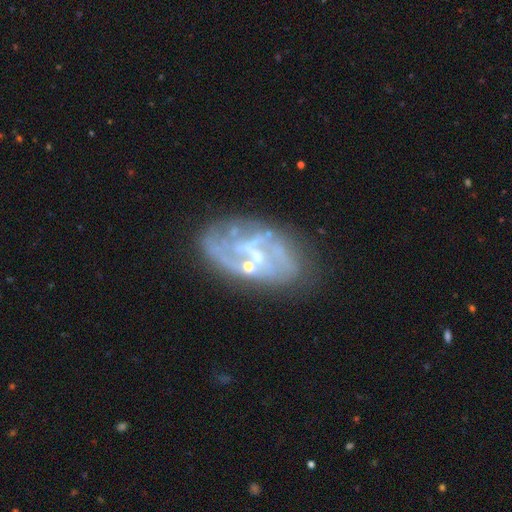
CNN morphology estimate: Smooth or featured? Predicted: featured or disk (p=0.77). Edge-on disk? Predicted: no (p=0.96). Bar? Predicted: no (p=0.44). Spiral arms? Predicted: yes (p=0.65). Bulge size? Predicted: small (p=0.48). Merging? Predicted: none (p=0.57).